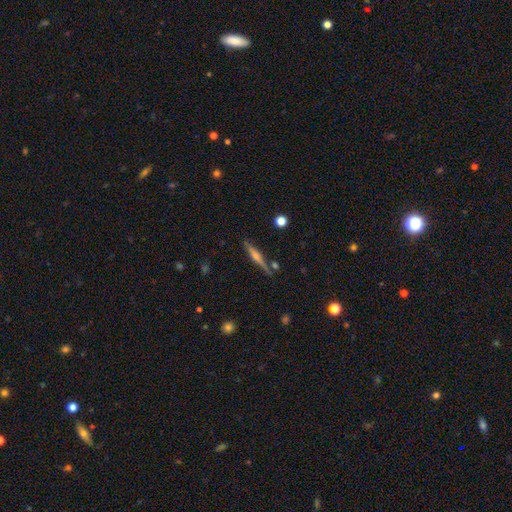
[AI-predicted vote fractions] smooth-or-featured: featured or disk: 71% | smooth: 22% | star or artifact: 8%
  disk-edge-on: yes: 98% | no: 2%
    edge-on-bulge: rounded: 82% | boxy: 9% | none: 9%
  merging: none: 85% | minor disturbance: 9% | merger: 4% | major disturbance: 2%